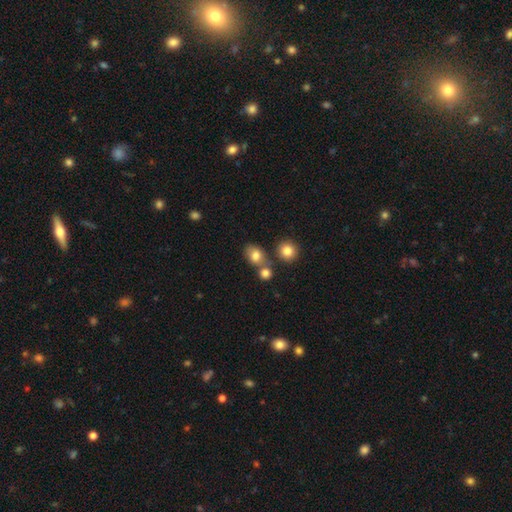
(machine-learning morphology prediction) Smooth or featured: smooth — 79% (star or artifact — 11%)
How rounded: in between — 56% (round — 42%)
Merging: none — 57% (merger — 28%)